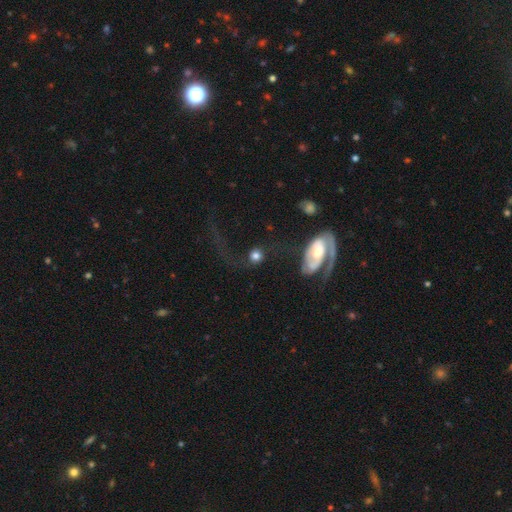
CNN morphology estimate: smooth-or-featured: smooth: 65% | featured or disk: 25% | star or artifact: 11%
  how-rounded: round: 80% | in between: 17% | cigar-shaped: 2%
  merging: none: 46% | major disturbance: 28% | minor disturbance: 14% | merger: 12%